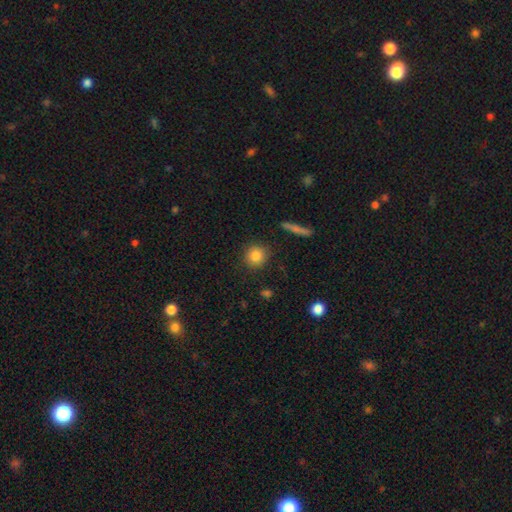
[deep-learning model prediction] This appears to be a smooth galaxy with no disk features (83%) that is round (90%). Merging: none (88%).